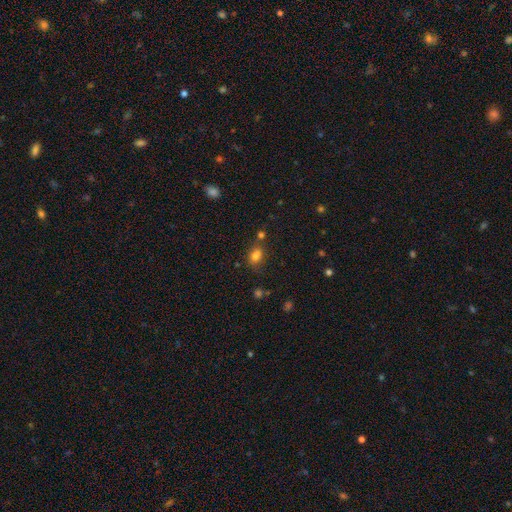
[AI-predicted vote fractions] The model was most divided on "how rounded": in between: 60%, round: 38%, cigar-shaped: 2%. More confident: smooth or featured — smooth (75%); merging — none (53%).